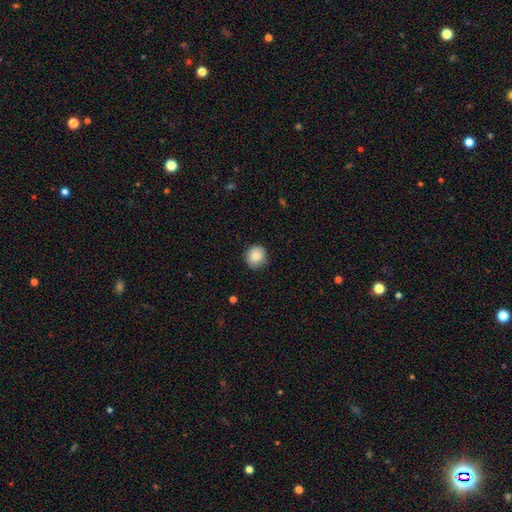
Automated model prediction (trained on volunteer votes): smooth-or-featured: smooth: 87% | star or artifact: 8% | featured or disk: 5%
  how-rounded: round: 88% | in between: 11% | cigar-shaped: 1%
  merging: none: 86% | minor disturbance: 11% | major disturbance: 2% | merger: 1%